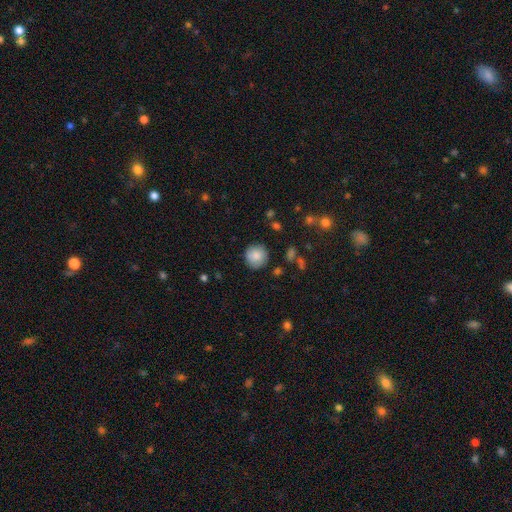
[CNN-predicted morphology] The model was most divided on "merging": none: 85%, minor disturbance: 11%, major disturbance: 3%, merger: 2%. More confident: how rounded — round (93%); smooth or featured — smooth (85%).